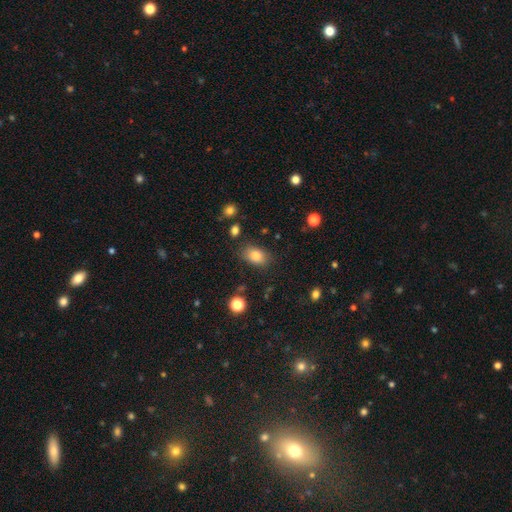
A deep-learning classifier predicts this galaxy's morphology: Q: Smooth or featured?
A: smooth (80%); runner-up: featured or disk (10%)
Q: How rounded?
A: in between (85%); runner-up: round (14%)
Q: Merging?
A: none (81%); runner-up: minor disturbance (13%)